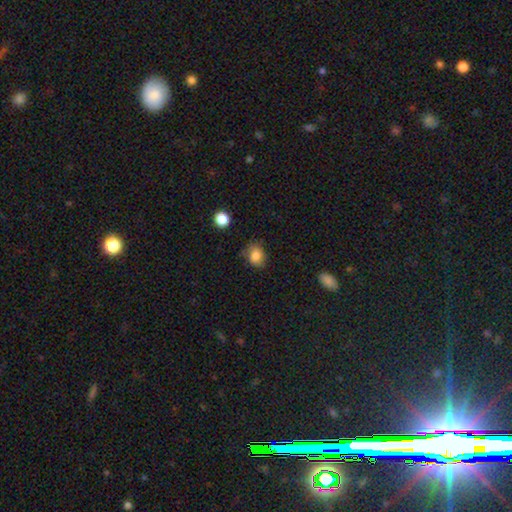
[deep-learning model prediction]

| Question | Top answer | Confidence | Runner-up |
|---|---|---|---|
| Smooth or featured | smooth | 82% | star or artifact (10%) |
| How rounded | round | 56% | in between (43%) |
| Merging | none | 64% | minor disturbance (27%) |